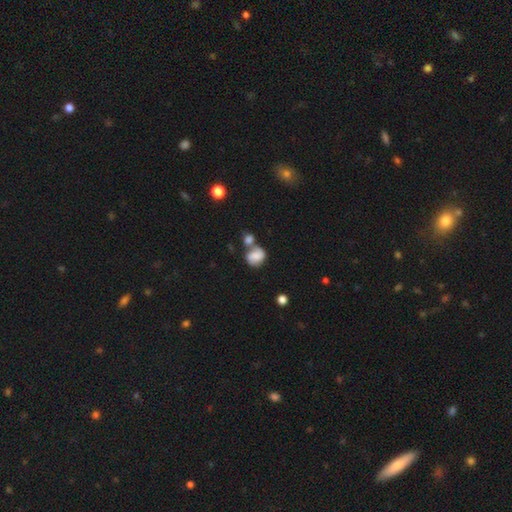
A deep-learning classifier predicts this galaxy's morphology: Smooth or featured? smooth (65%)
How rounded? round (60%)
Merging? merger (45%)